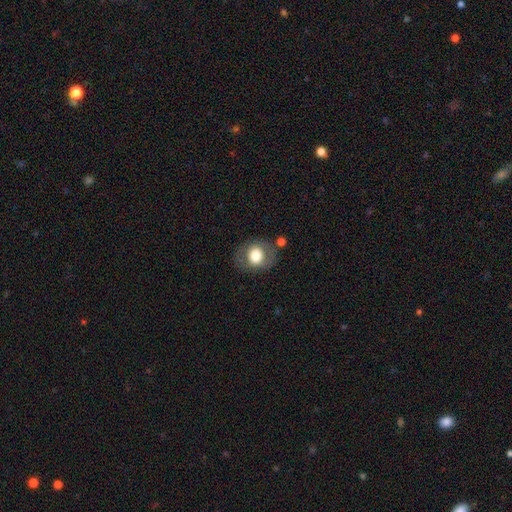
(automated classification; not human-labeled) A smooth galaxy with no disk features (68%) that is round (60%). Merging: none (74%).